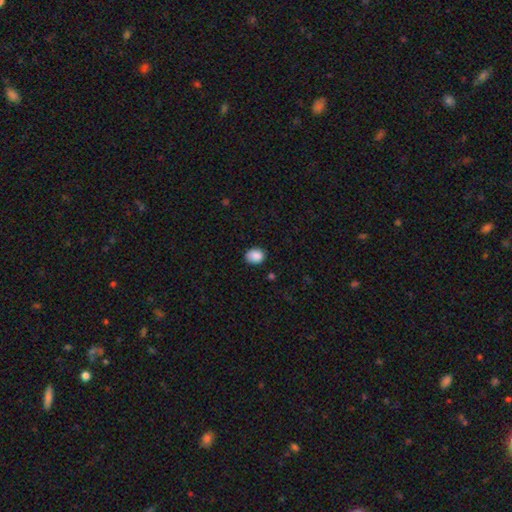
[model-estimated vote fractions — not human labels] smooth_or_featured: smooth (p=0.88) [alt: star or artifact p=0.08]
how_rounded: round (p=0.52) [alt: in between p=0.47]
merging: none (p=0.82) [alt: minor disturbance p=0.14]